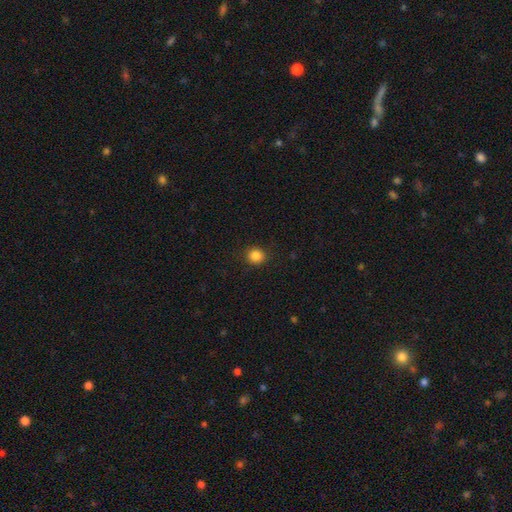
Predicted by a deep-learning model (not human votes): Smooth or featured: smooth — 85% (star or artifact — 11%)
How rounded: round — 91% (in between — 8%)
Merging: none — 91% (minor disturbance — 6%)